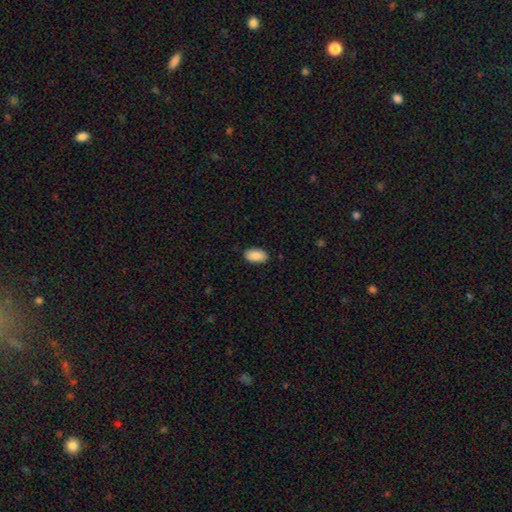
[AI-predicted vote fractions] This appears to be a smooth galaxy with no disk features (87%) that is in between round and cigar-shaped (95%). Merging: none (88%).